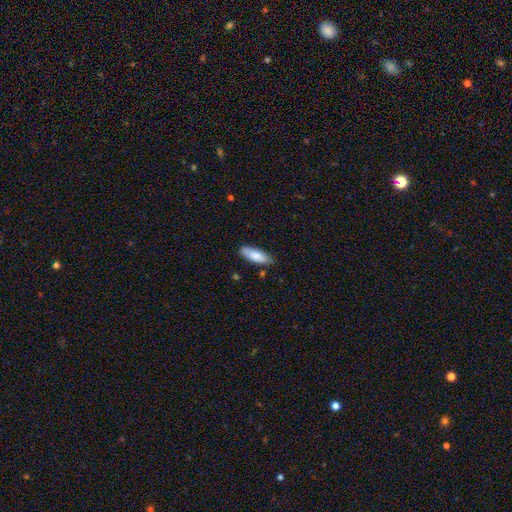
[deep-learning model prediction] Smooth or featured: smooth — 82% (featured or disk — 13%)
How rounded: in between — 68% (cigar-shaped — 30%)
Merging: none — 79% (minor disturbance — 17%)